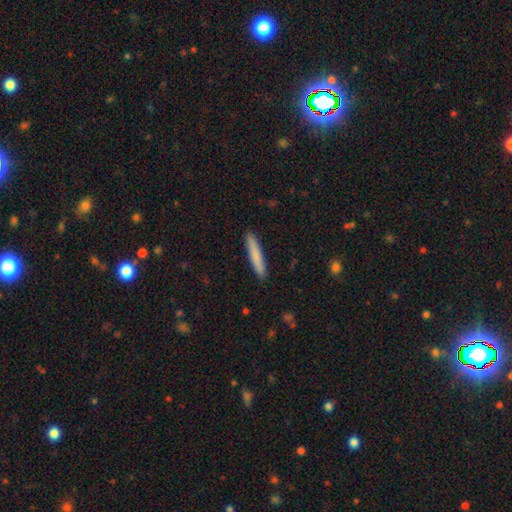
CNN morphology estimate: This appears to be a smooth galaxy with no disk features (80%) that is cigar-shaped (94%). Merging: none (91%).